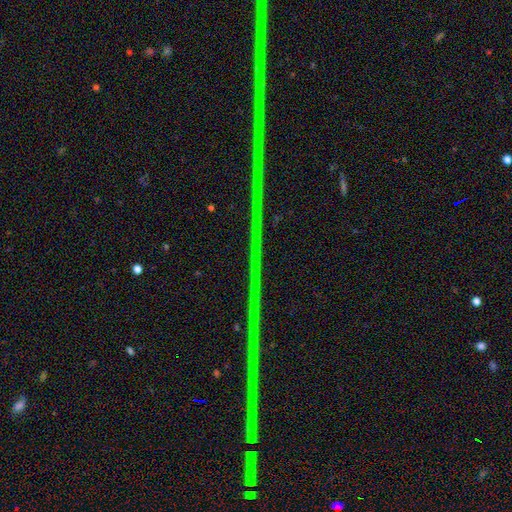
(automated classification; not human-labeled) This is clearly a star or artifact rather than a galaxy (90%).